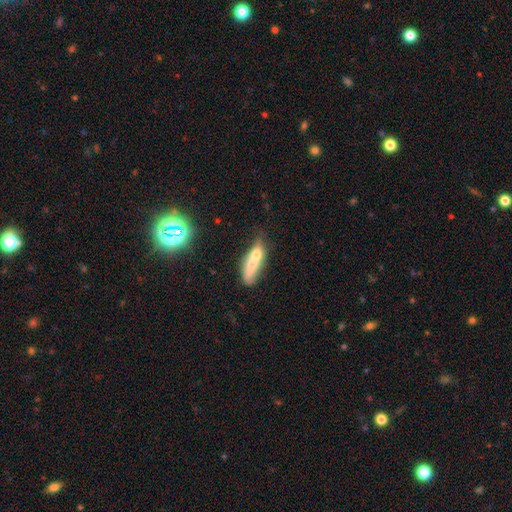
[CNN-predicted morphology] Overall: smooth (59%; featured or disk 30%). How rounded: cigar-shaped (49%; in between 47%). Merging: merger (37%; none 32%).